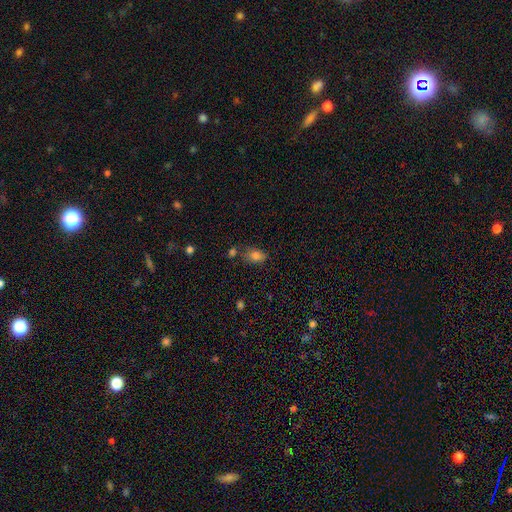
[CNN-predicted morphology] Smooth or featured? smooth (80%)
How rounded? in between (77%)
Merging? none (60%)